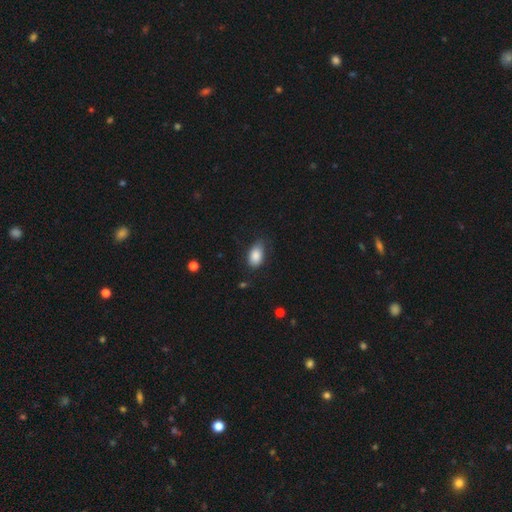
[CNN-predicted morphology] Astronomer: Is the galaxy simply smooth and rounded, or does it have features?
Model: smooth — 86%.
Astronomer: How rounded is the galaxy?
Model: in between — 92%.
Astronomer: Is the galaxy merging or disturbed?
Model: none — 68%.